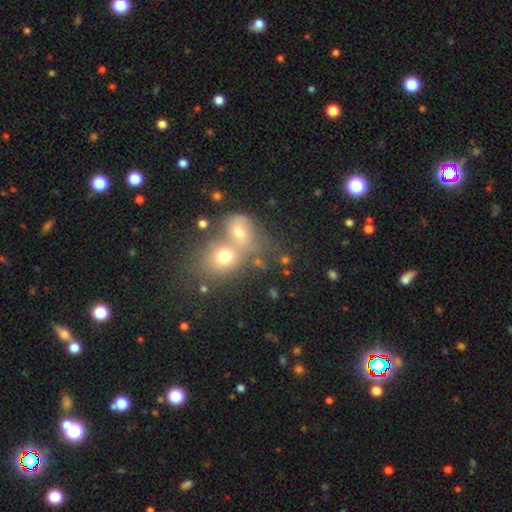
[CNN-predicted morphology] Smooth or featured: smooth — 52% (star or artifact — 29%)
How rounded: round — 65% (in between — 33%)
Merging: merger — 53% (none — 35%)